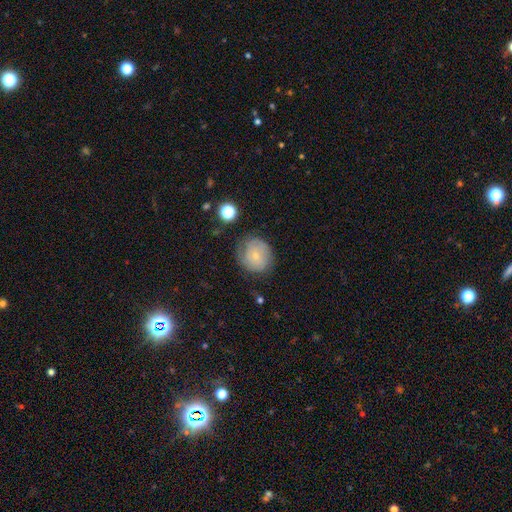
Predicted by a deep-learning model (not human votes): Smooth or featured? featured or disk (47%)
Merging? none (68%)